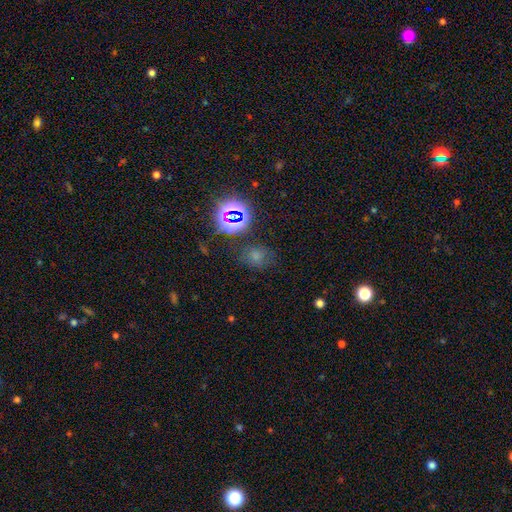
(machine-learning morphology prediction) Smooth or featured? Predicted: smooth (p=0.59). How rounded? Predicted: round (p=0.55). Merging? Predicted: none (p=0.69).